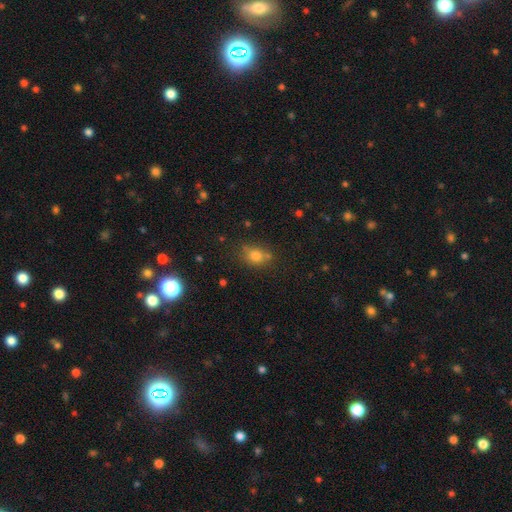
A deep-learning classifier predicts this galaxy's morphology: A smooth galaxy with no disk features (73%) that is round (54%).

Vote fractions:
- Smooth or featured? smooth: 73% / star or artifact: 17% / featured or disk: 10%
- How rounded? round: 54% / in between: 44% / cigar-shaped: 2%
- Merging? none: 69% / minor disturbance: 16% / merger: 11% / major disturbance: 5%